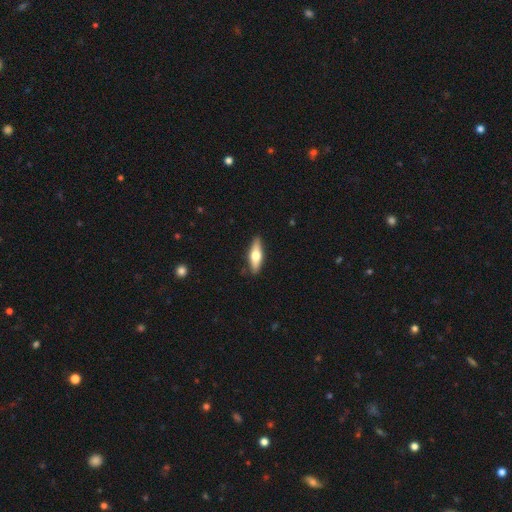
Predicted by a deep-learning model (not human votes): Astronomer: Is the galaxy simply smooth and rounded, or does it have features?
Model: smooth — 50% (runner-up: featured or disk, 45%).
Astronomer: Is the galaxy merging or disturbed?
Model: none — 88%.